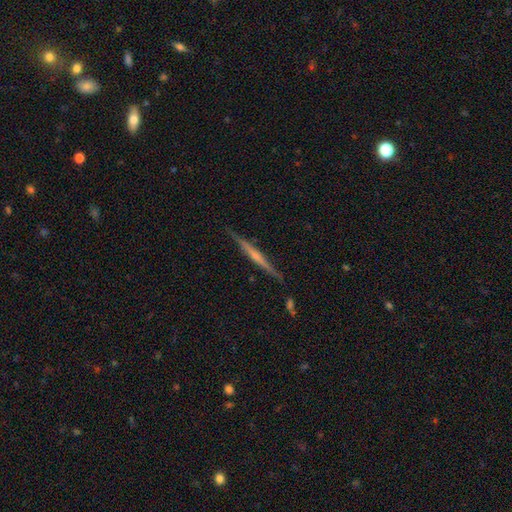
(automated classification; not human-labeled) Smooth or featured: featured or disk — 71% (smooth — 23%)
Edge-on disk: yes — 98% (no — 2%)
Edge-on bulge: rounded — 47% (none — 41%)
Merging: none — 87% (minor disturbance — 9%)